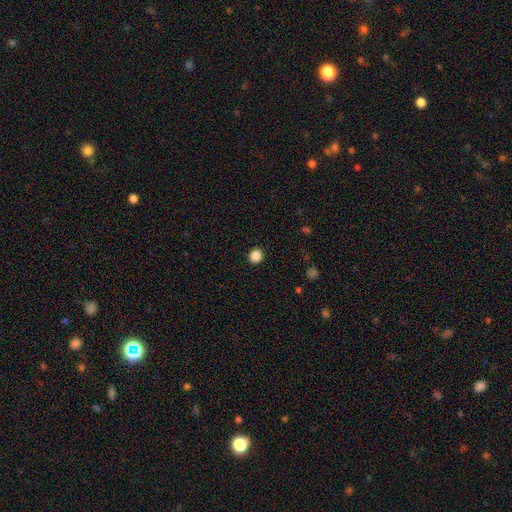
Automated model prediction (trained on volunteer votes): Q: Smooth or featured?
A: smooth (86%); runner-up: star or artifact (11%)
Q: How rounded?
A: round (86%); runner-up: in between (13%)
Q: Merging?
A: none (92%); runner-up: minor disturbance (5%)